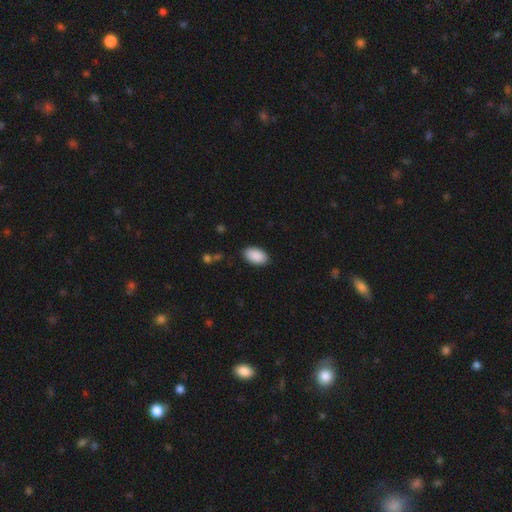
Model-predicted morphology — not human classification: Smooth or featured?
  - smooth: 91% *
  - star or artifact: 6%
  - featured or disk: 3%
How rounded?
  - in between: 95% *
  - round: 4%
  - cigar-shaped: 1%
Merging?
  - none: 89% *
  - minor disturbance: 8%
  - major disturbance: 2%
  - merger: 1%